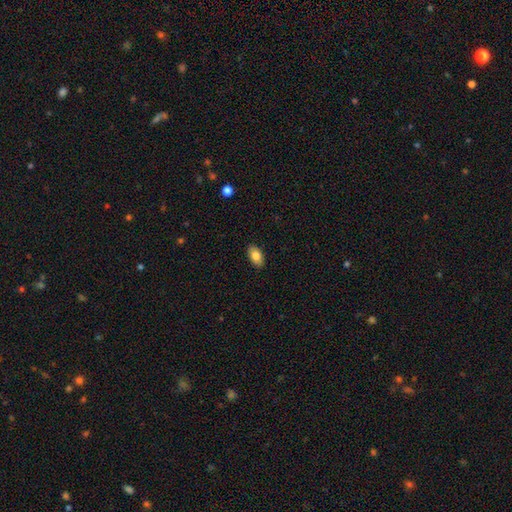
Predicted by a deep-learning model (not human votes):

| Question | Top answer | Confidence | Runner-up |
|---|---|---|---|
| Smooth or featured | smooth | 83% | featured or disk (11%) |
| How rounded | in between | 93% | round (4%) |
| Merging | none | 89% | minor disturbance (8%) |